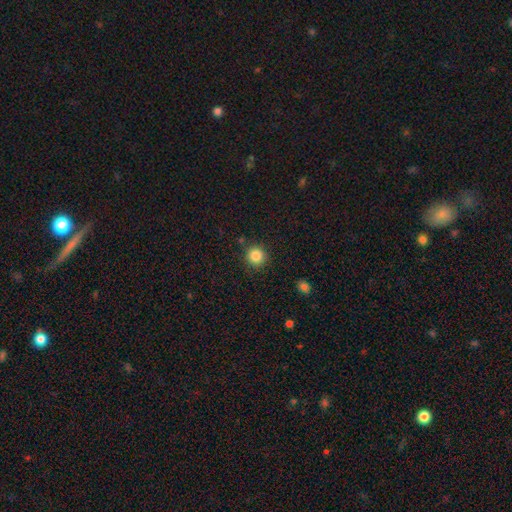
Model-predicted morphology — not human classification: A smooth galaxy with no disk features (85%) that is round (94%). Merging: none (89%).